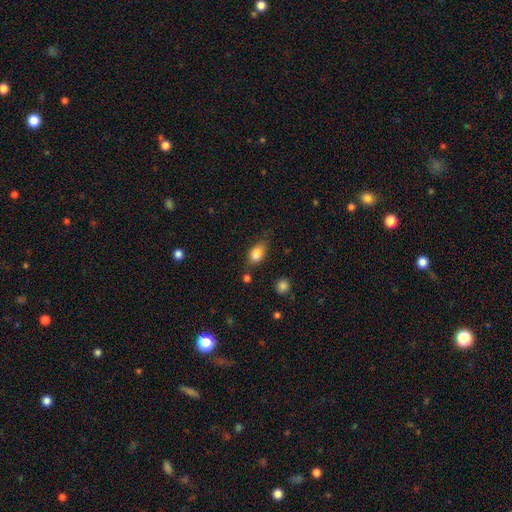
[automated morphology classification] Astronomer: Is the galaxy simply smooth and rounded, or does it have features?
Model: smooth — 83%.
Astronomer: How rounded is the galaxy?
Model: in between — 83%.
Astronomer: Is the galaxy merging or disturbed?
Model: none — 61%.